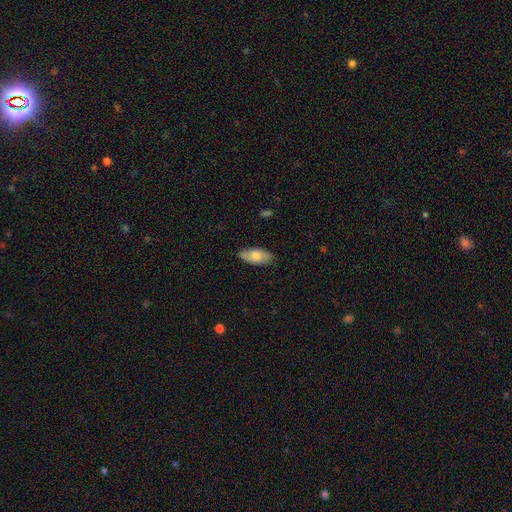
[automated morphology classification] Q: Smooth or featured?
A: smooth (76%); runner-up: featured or disk (18%)
Q: How rounded?
A: in between (89%); runner-up: cigar-shaped (9%)
Q: Merging?
A: none (80%); runner-up: minor disturbance (16%)